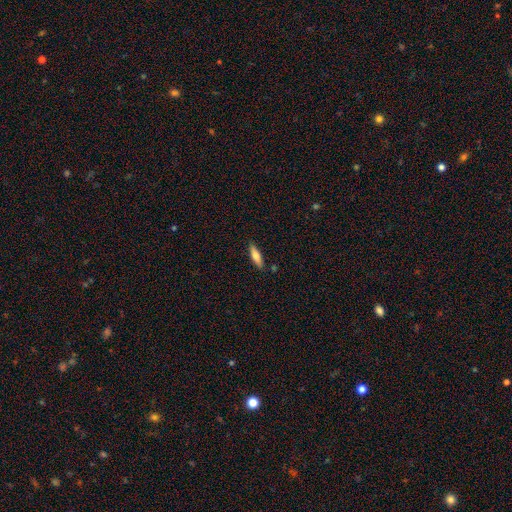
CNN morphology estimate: Smooth or featured: smooth — 68% (featured or disk — 26%)
How rounded: cigar-shaped — 62% (in between — 36%)
Merging: none — 86% (minor disturbance — 10%)